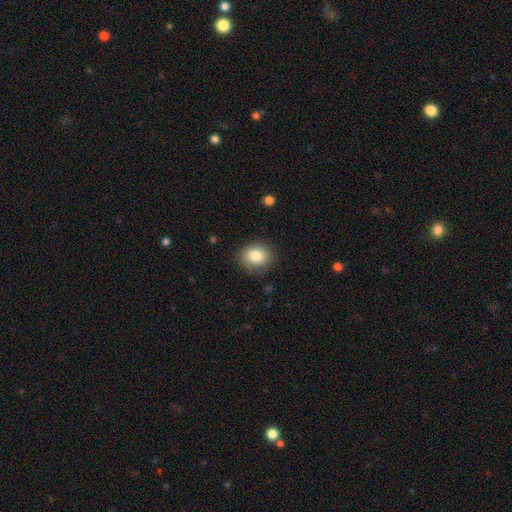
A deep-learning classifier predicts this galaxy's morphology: type=smooth (81%); roundness=round (57%); merging=none (83%).